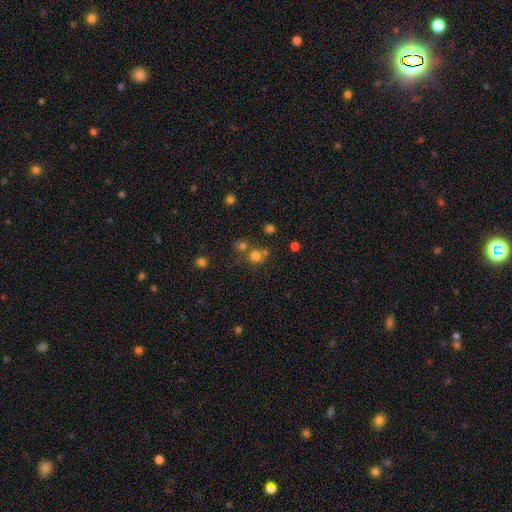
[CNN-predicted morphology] Smooth or featured? Predicted: smooth (p=0.70). How rounded? Predicted: round (p=0.86). Merging? Predicted: none (p=0.58).